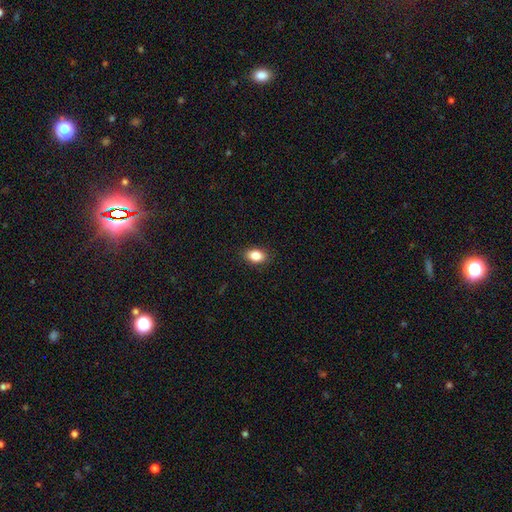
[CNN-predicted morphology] Overall: smooth (86%). How rounded: in between (84%). Merging: none (88%).